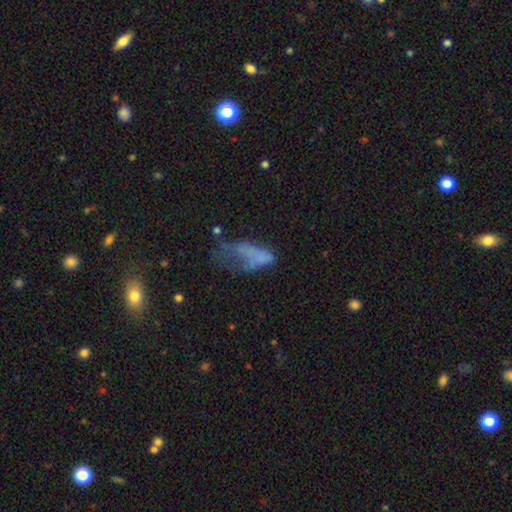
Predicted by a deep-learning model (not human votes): A smooth galaxy with no disk features (51%) that is in between round and cigar-shaped (78%).

Vote fractions:
- Smooth or featured? smooth: 51% / featured or disk: 33% / star or artifact: 16%
- How rounded? in between: 78% / cigar-shaped: 16% / round: 6%
- Merging? major disturbance: 52% / none: 19% / minor disturbance: 18% / merger: 11%